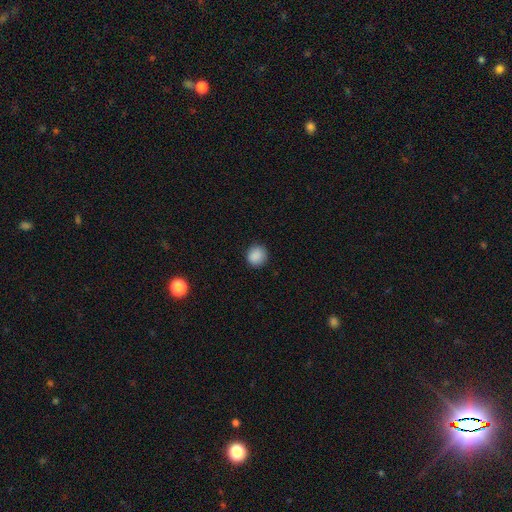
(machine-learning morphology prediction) type=smooth (88%); roundness=round (87%); merging=none (89%).